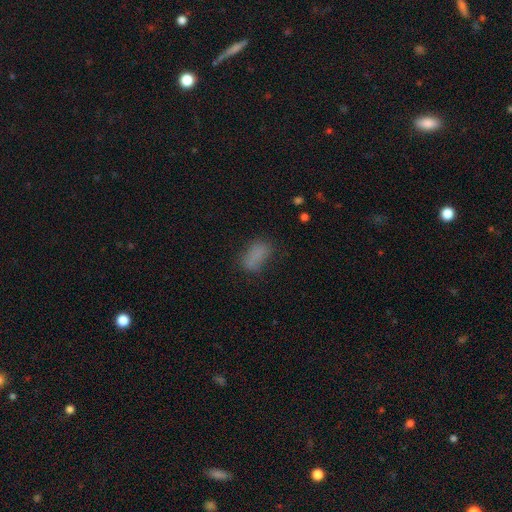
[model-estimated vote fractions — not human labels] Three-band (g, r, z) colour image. It shows a smooth galaxy with no disk features (78%) that is in between round and cigar-shaped (88%). Merging: none (61%).